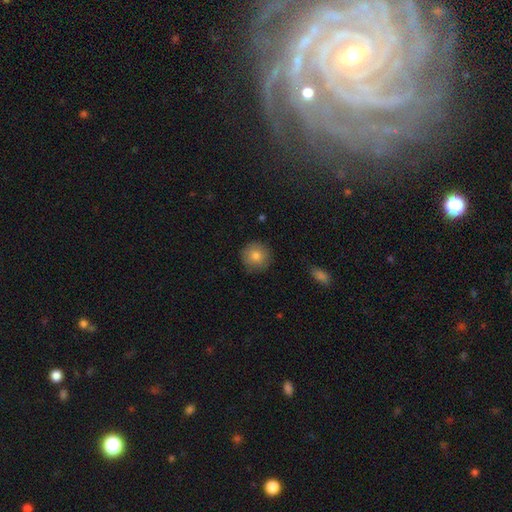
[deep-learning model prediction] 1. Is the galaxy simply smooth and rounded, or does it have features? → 81% smooth, 10% featured or disk, 9% star or artifact.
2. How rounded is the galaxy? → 95% round, 4% in between, 1% cigar-shaped.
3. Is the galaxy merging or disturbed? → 87% none, 9% minor disturbance, 2% major disturbance, 1% merger.